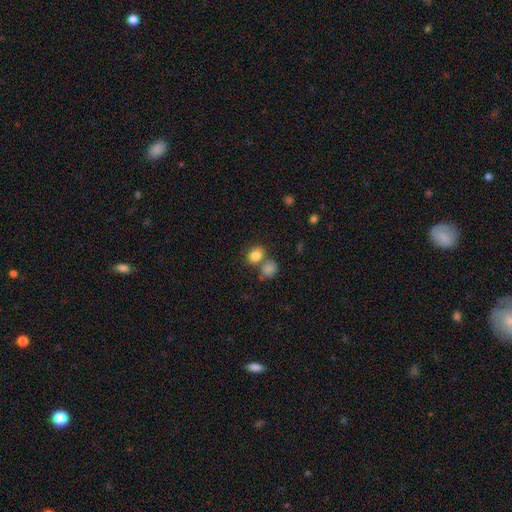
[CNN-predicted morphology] A smooth galaxy with no disk features (83%) that is round (51%). Merging: none (54%).